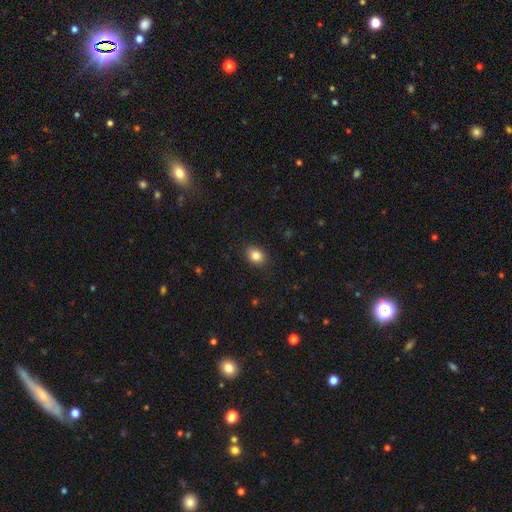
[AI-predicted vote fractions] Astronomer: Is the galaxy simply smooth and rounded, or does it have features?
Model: smooth — 84%.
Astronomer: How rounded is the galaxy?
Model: in between — 61% (runner-up: round, 38%).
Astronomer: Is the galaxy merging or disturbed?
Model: none — 88%.